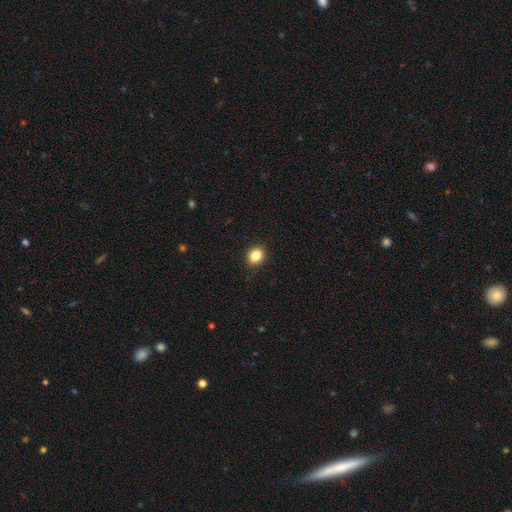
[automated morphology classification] Overall: smooth (85%). How rounded: in between (60%; round 39%). Merging: none (88%).